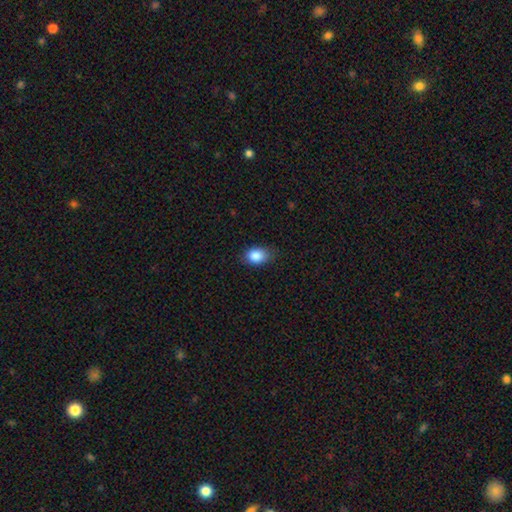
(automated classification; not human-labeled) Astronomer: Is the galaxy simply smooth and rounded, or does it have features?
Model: smooth — 87%.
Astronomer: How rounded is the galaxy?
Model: in between — 76%.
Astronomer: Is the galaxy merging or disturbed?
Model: none — 78%.